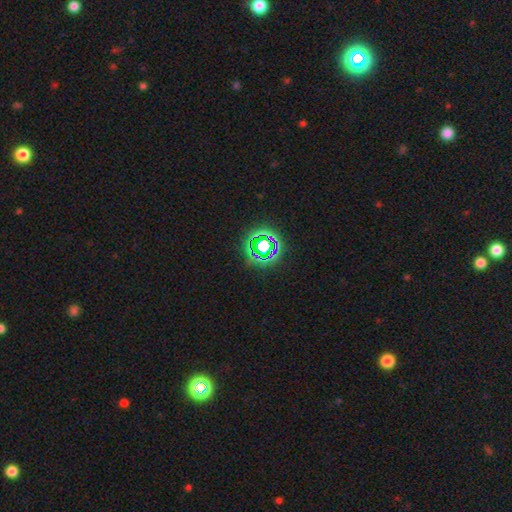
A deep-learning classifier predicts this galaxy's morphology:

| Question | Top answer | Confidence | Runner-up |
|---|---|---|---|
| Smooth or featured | star or artifact | 78% | smooth (16%) |